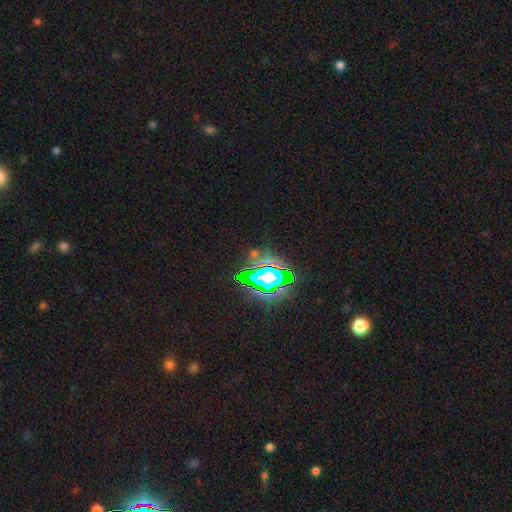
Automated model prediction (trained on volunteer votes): Q: Smooth or featured?
A: star or artifact (70%); runner-up: smooth (16%)